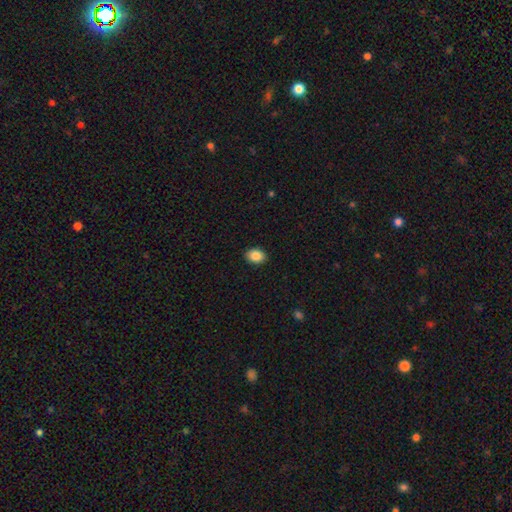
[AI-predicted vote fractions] The model was most divided on "how rounded": in between: 72%, round: 27%, cigar-shaped: 1%. More confident: merging — none (90%); smooth or featured — smooth (88%).